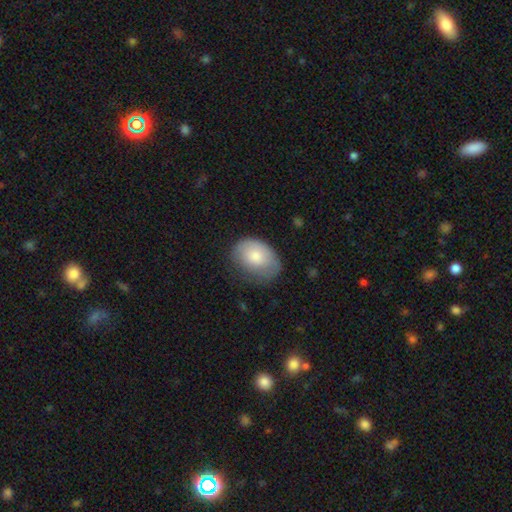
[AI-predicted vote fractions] smooth_or_featured: smooth (p=0.77) [alt: featured or disk p=0.17]
how_rounded: in between (p=0.76) [alt: round p=0.23]
merging: none (p=0.53) [alt: minor disturbance p=0.33]